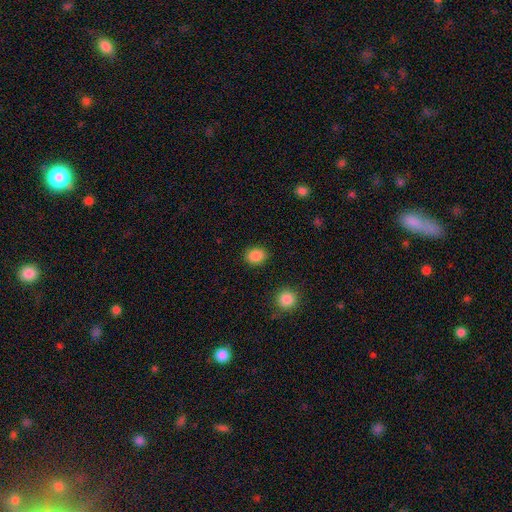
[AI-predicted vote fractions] Smooth or featured?
  - smooth: 88% *
  - star or artifact: 9%
  - featured or disk: 4%
How rounded?
  - in between: 50% *
  - round: 49%
  - cigar-shaped: 1%
Merging?
  - none: 88% *
  - minor disturbance: 8%
  - major disturbance: 3%
  - merger: 2%